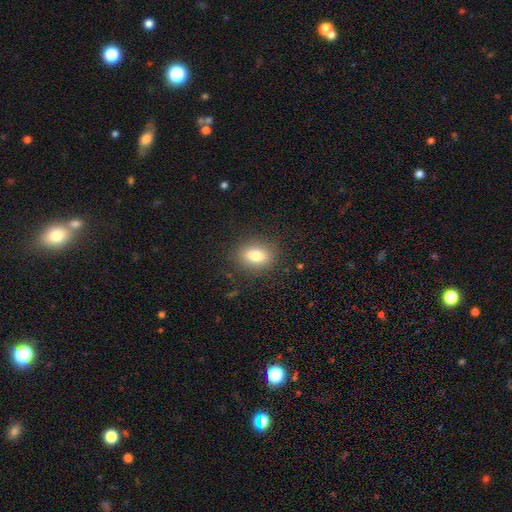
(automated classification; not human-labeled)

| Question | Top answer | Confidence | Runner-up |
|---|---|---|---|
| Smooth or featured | smooth | 78% | featured or disk (11%) |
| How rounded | in between | 66% | round (31%) |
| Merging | none | 85% | minor disturbance (10%) |